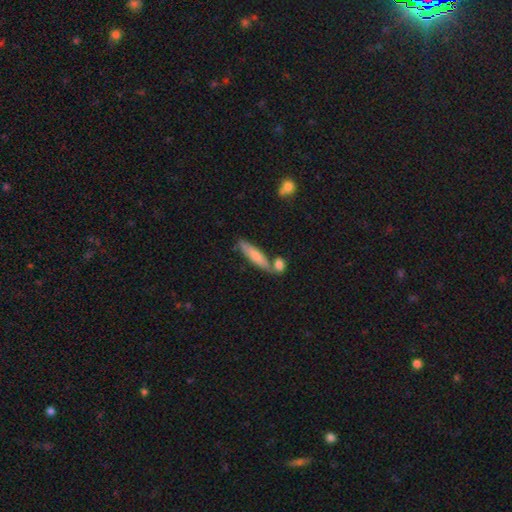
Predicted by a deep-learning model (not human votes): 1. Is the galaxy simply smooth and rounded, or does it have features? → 55% smooth, 37% featured or disk, 9% star or artifact.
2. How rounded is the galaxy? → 84% cigar-shaped, 14% in between, 2% round.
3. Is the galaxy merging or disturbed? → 71% none, 13% merger, 13% minor disturbance, 3% major disturbance.